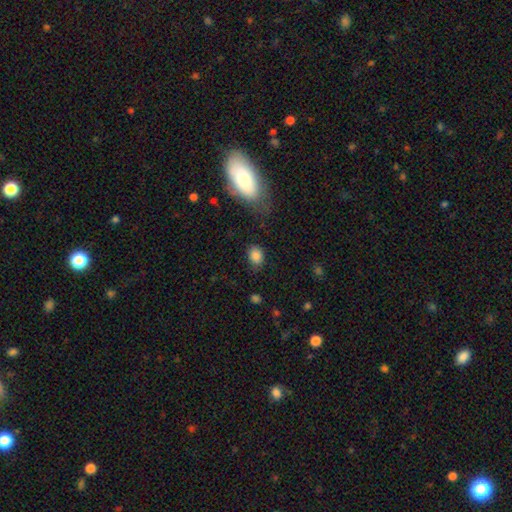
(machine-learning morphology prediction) The model was most divided on "how rounded": in between: 65%, round: 34%, cigar-shaped: 1%. More confident: smooth or featured — smooth (85%); merging — none (76%).